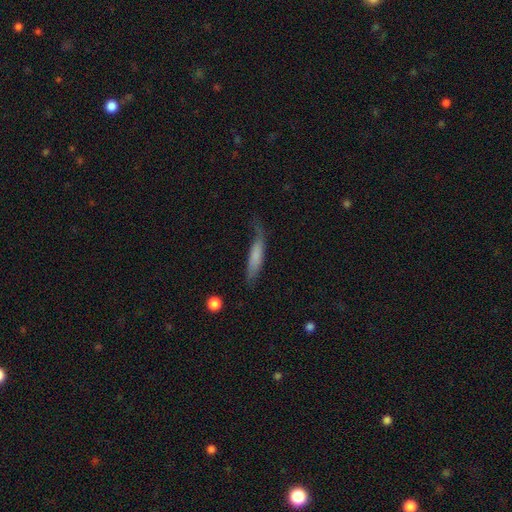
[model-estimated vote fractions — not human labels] This appears to be a smooth galaxy with no disk features (64%) that is cigar-shaped (81%). Merging: none (50%).